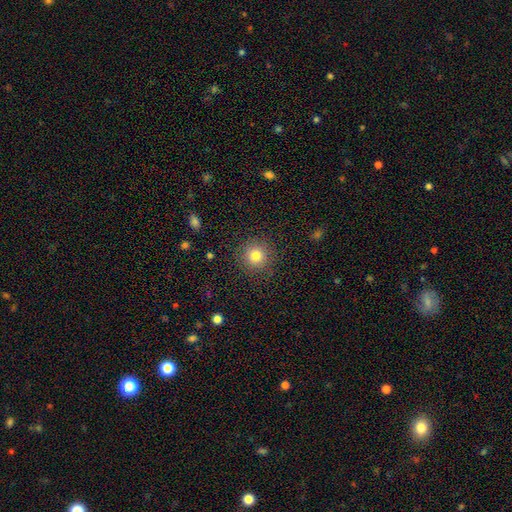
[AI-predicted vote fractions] Smooth or featured: smooth — 81% (star or artifact — 11%)
How rounded: round — 94% (in between — 5%)
Merging: none — 88% (minor disturbance — 7%)